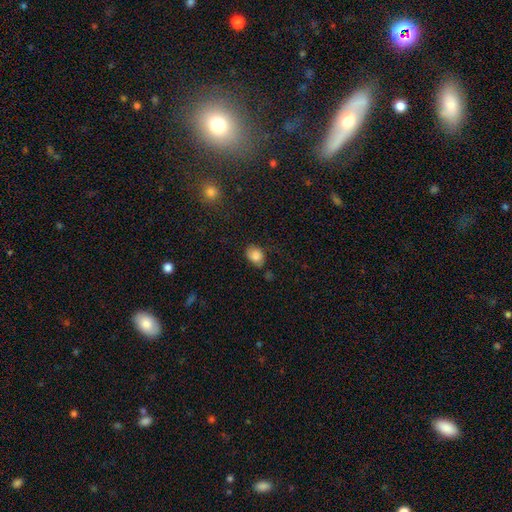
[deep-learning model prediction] Smooth or featured?
  - smooth: 83% *
  - star or artifact: 9%
  - featured or disk: 8%
How rounded?
  - in between: 72% *
  - round: 27%
  - cigar-shaped: 1%
Merging?
  - none: 65% *
  - minor disturbance: 25%
  - major disturbance: 6%
  - merger: 3%